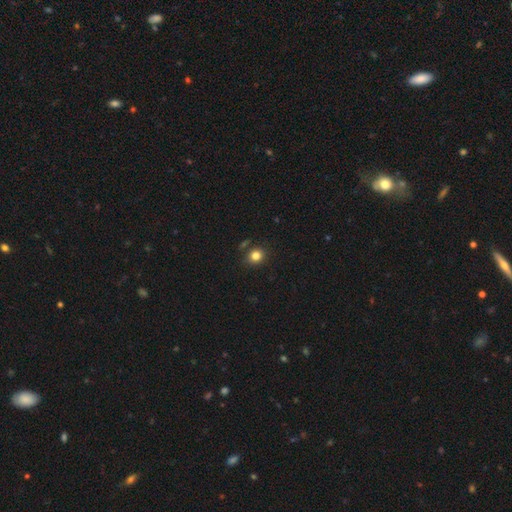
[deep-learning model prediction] A smooth galaxy with no disk features (82%) that is round (74%). Merging: none (81%).